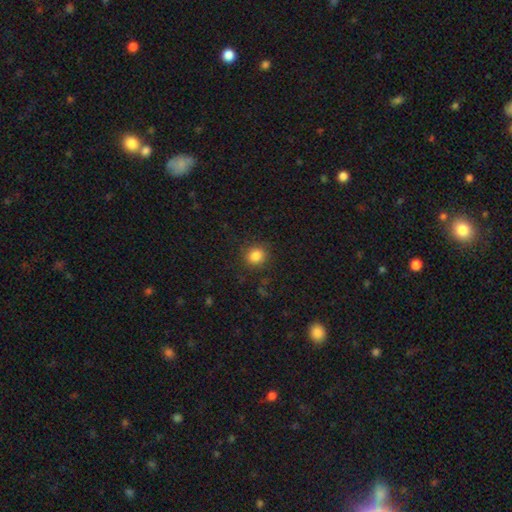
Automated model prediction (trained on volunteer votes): Morphology: type=smooth (84%); roundness=round (85%); merging=none (87%).